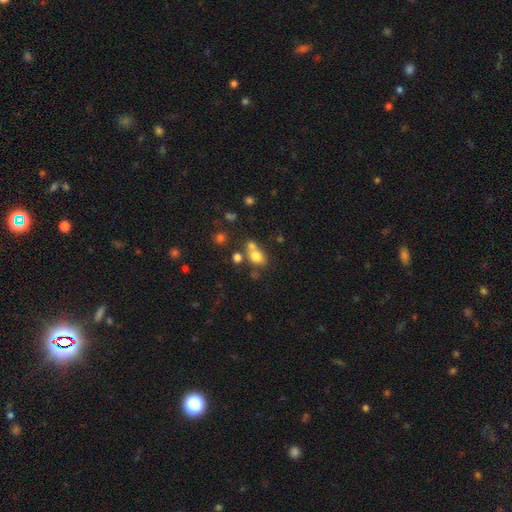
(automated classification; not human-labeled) This appears to be a smooth galaxy with no disk features (75%) that is in between round and cigar-shaped (55%). Merging: none (45%).